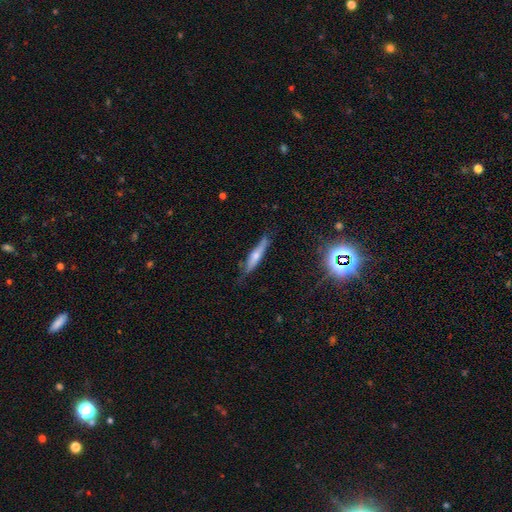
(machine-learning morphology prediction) A smooth galaxy with no disk features (51%) that is cigar-shaped (85%). Merging: none (70%).